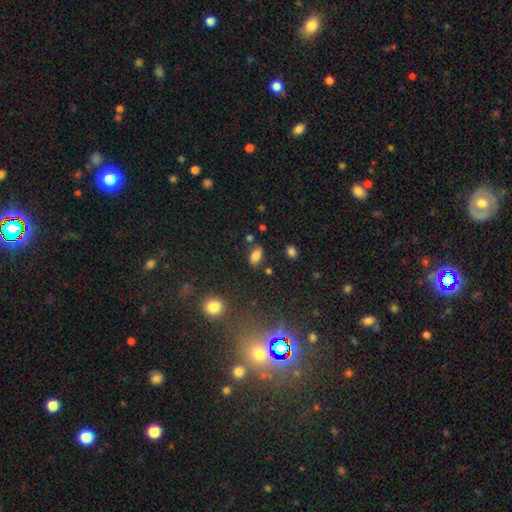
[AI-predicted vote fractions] smooth 82%, star or artifact 11%, featured or disk 7%. Down the decision tree: how rounded — in between (90%); merging — none (80%).